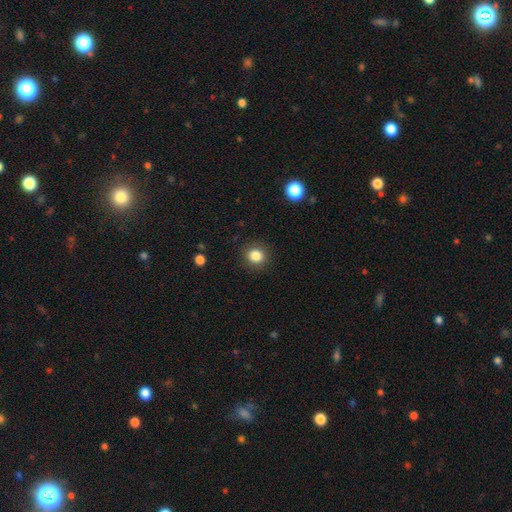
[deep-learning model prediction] Morphology: type=smooth (84%); roundness=round (85%); merging=none (90%).